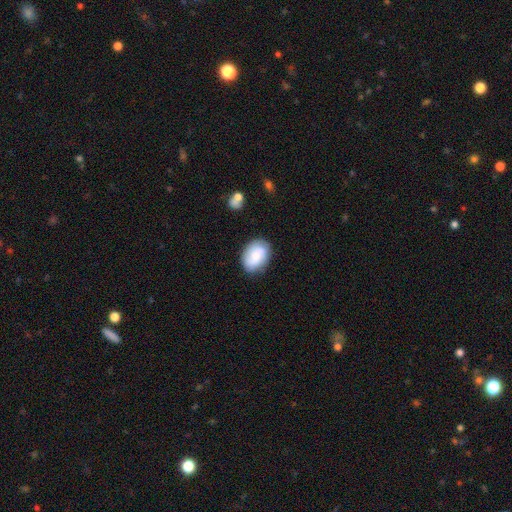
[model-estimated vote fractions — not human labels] smooth_or_featured: smooth (p=0.59) [alt: featured or disk p=0.34]
how_rounded: in between (p=0.68) [alt: round p=0.31]
merging: none (p=0.78) [alt: minor disturbance p=0.16]